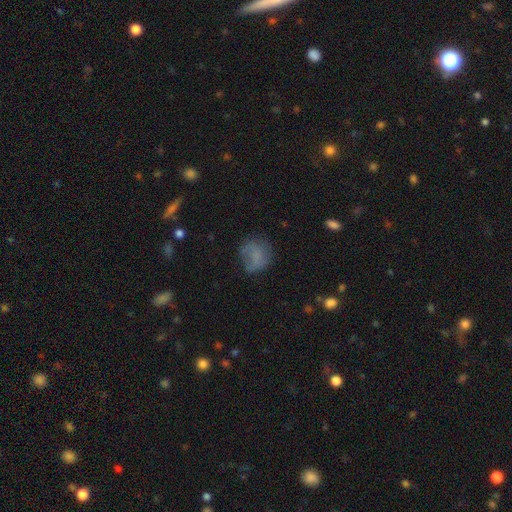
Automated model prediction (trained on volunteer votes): smooth_or_featured: smooth (p=0.66) [alt: featured or disk p=0.22]
how_rounded: round (p=0.63) [alt: in between p=0.36]
merging: none (p=0.53) [alt: minor disturbance p=0.26]